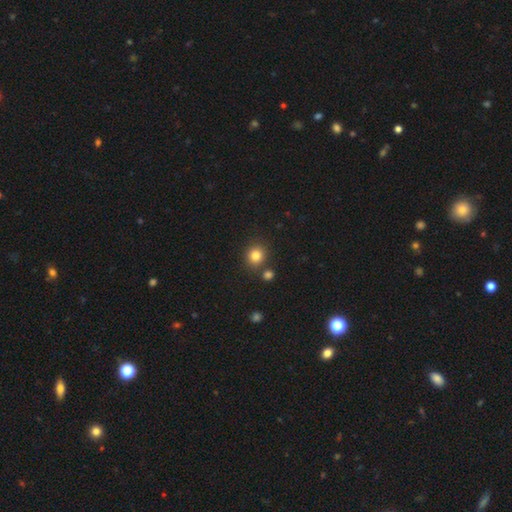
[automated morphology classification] This is clearly a smooth galaxy (82%). How rounded: clearly round (86%). Merging: likely none (80%).